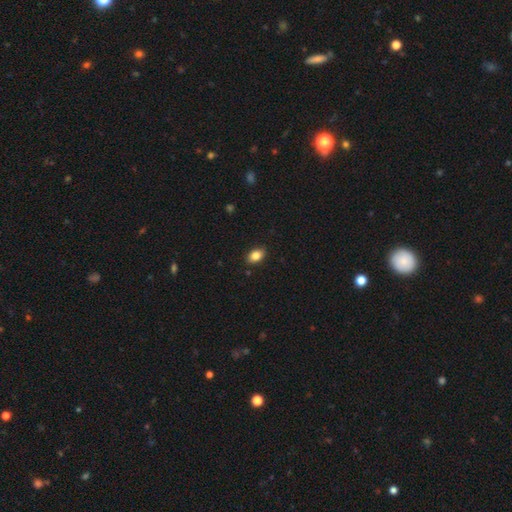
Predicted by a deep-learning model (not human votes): smooth_or_featured: smooth (p=0.85) [alt: star or artifact p=0.09]
how_rounded: in between (p=0.83) [alt: round p=0.16]
merging: none (p=0.89) [alt: minor disturbance p=0.08]